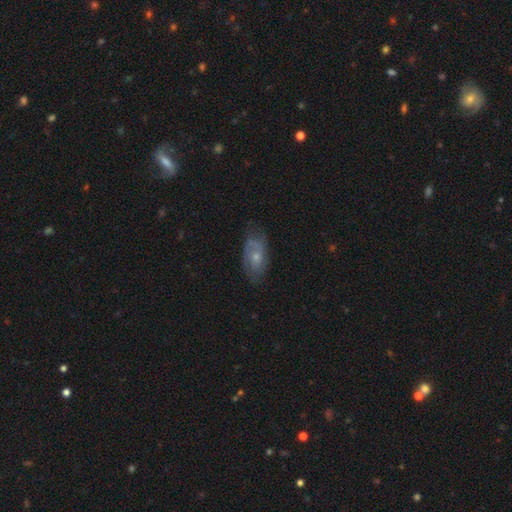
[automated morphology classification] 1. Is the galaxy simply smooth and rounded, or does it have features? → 55% featured or disk, 37% smooth, 8% star or artifact.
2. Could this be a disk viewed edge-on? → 92% no, 8% yes.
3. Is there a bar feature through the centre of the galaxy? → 76% no, 21% weak, 3% strong.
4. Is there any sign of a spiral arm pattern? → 74% yes, 26% no.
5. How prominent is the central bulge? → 53% small, 41% moderate, 4% none, 2% large, 1% dominant.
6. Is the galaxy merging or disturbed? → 63% none, 26% minor disturbance, 10% major disturbance, 2% merger.